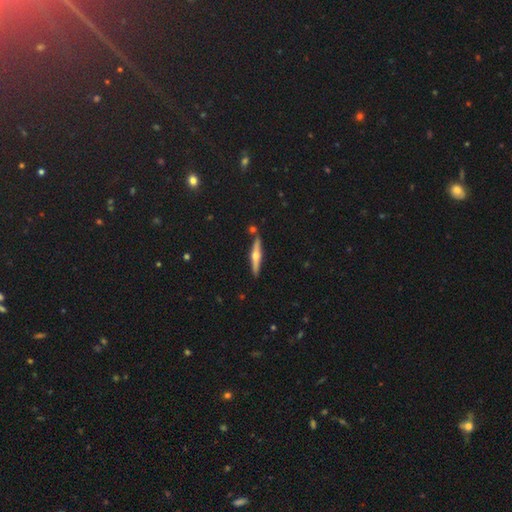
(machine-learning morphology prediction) type=featured or disk (70%); edge-on=yes (97%); edge-on bulge=rounded (94%); merging=none (87%).